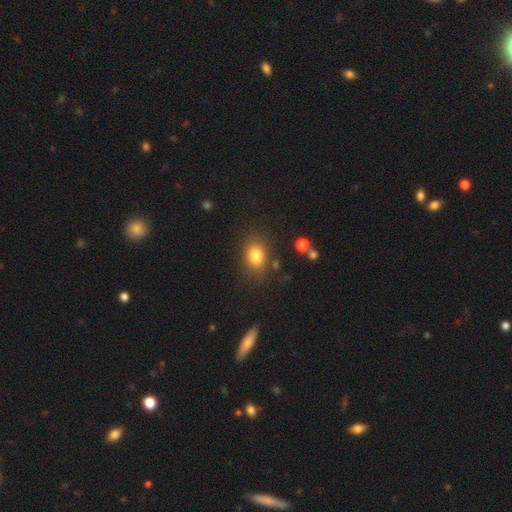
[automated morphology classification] smooth-or-featured: smooth: 81% | star or artifact: 11% | featured or disk: 8%
  how-rounded: in between: 63% | round: 36% | cigar-shaped: 1%
  merging: none: 80% | minor disturbance: 12% | major disturbance: 4% | merger: 4%